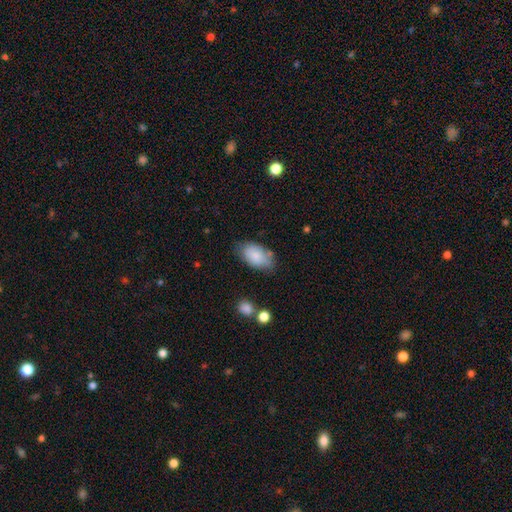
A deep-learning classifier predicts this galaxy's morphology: A smooth galaxy with no disk features (82%) that is in between round and cigar-shaped (94%).

Vote fractions:
- Smooth or featured? smooth: 82% / featured or disk: 11% / star or artifact: 7%
- How rounded? in between: 94% / round: 4% / cigar-shaped: 2%
- Merging? none: 69% / minor disturbance: 22% / major disturbance: 5% / merger: 4%